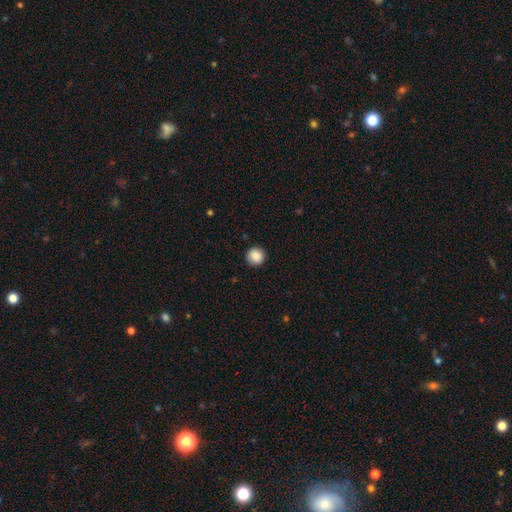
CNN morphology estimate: Smooth or featured?
  - smooth: 88% *
  - star or artifact: 9%
  - featured or disk: 3%
How rounded?
  - round: 94% *
  - in between: 5%
  - cigar-shaped: 1%
Merging?
  - none: 91% *
  - minor disturbance: 6%
  - major disturbance: 2%
  - merger: 1%